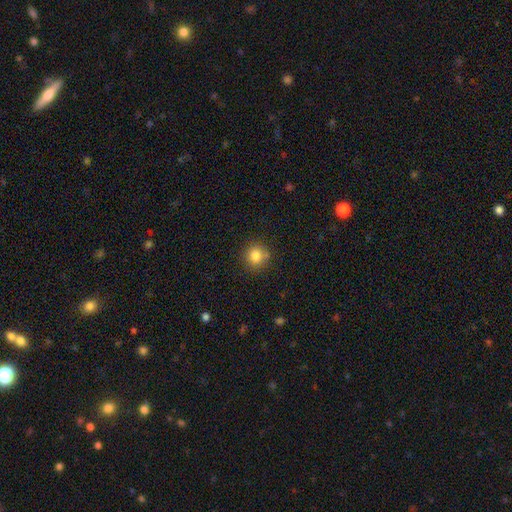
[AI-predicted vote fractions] Overall: smooth (83%). How rounded: round (88%). Merging: none (79%).